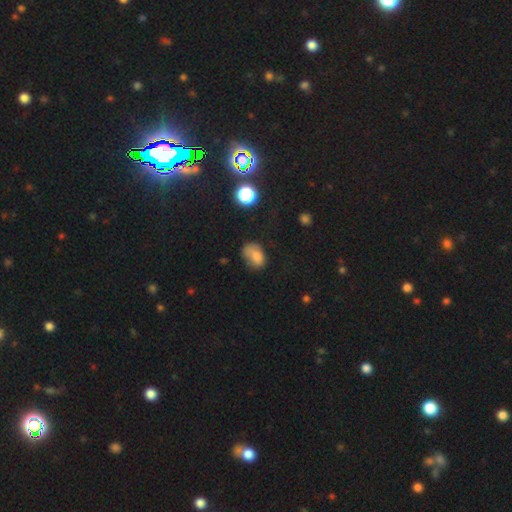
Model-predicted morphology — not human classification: Q: Smooth or featured?
A: smooth (76%); runner-up: star or artifact (12%)
Q: How rounded?
A: in between (78%); runner-up: round (20%)
Q: Merging?
A: none (43%); runner-up: minor disturbance (34%)